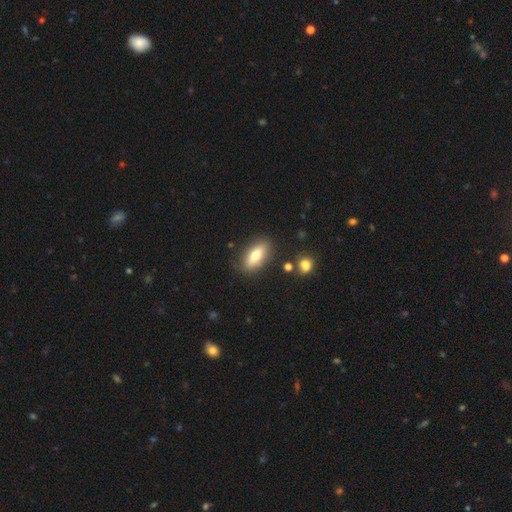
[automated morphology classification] The model was most divided on "smooth or featured": smooth: 66%, featured or disk: 27%, star or artifact: 7%. More confident: merging — none (85%); how rounded — in between (75%).